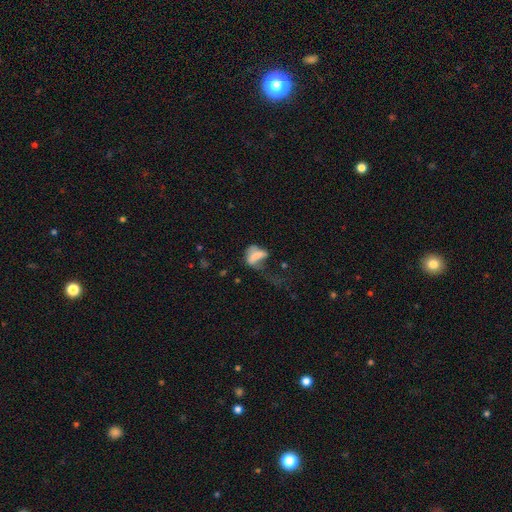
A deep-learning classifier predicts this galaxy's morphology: Smooth or featured? smooth (58%)
How rounded? in between (78%)
Merging? major disturbance (58%)